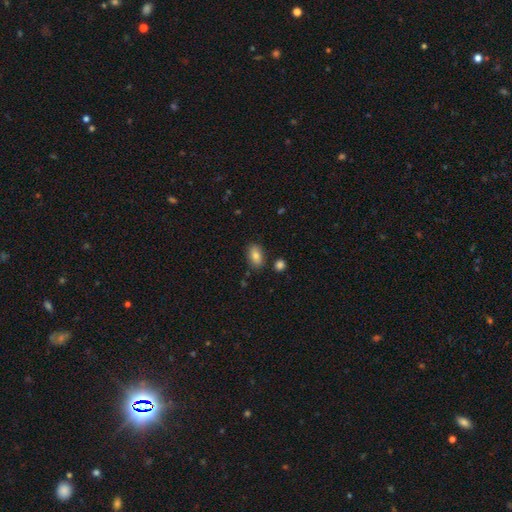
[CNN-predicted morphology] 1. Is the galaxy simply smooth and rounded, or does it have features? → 79% smooth, 13% featured or disk, 8% star or artifact.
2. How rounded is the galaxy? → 88% in between, 9% round, 3% cigar-shaped.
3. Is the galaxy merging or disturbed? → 83% none, 11% minor disturbance, 4% merger, 2% major disturbance.